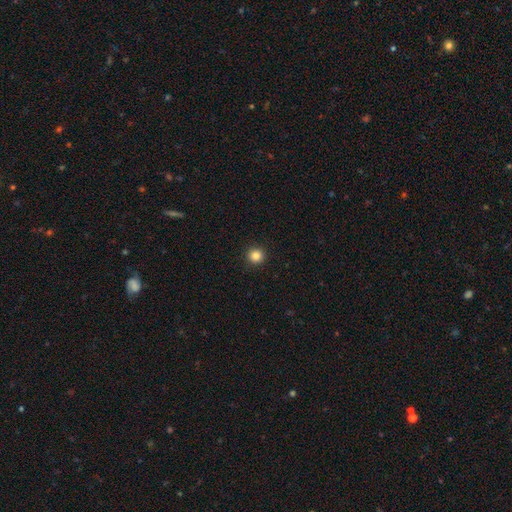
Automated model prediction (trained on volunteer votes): Morphology: type=smooth (85%); roundness=round (94%); merging=none (93%).